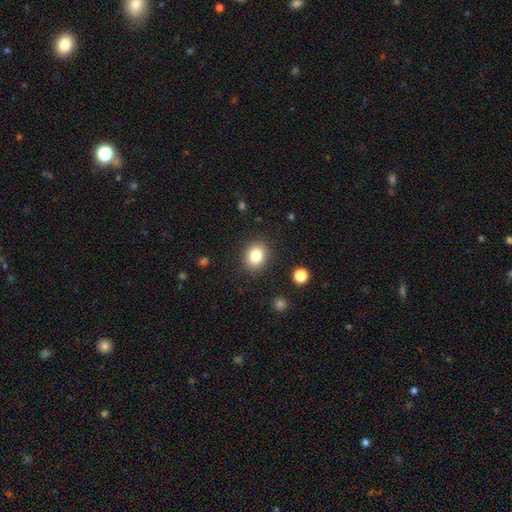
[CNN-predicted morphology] type=smooth (82%); roundness=round (57%); merging=none (87%).